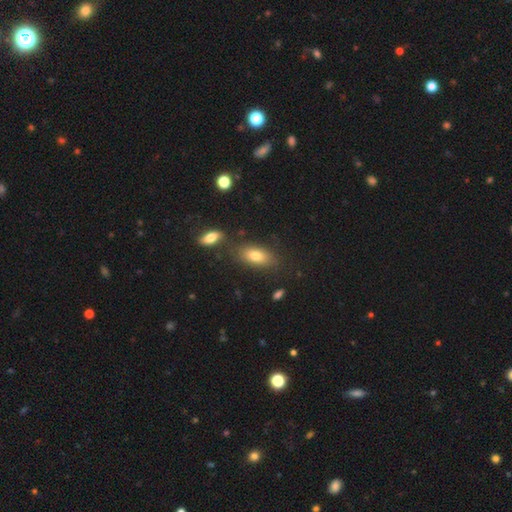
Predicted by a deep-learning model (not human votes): Smooth or featured? smooth (77%)
How rounded? in between (86%)
Merging? none (73%)